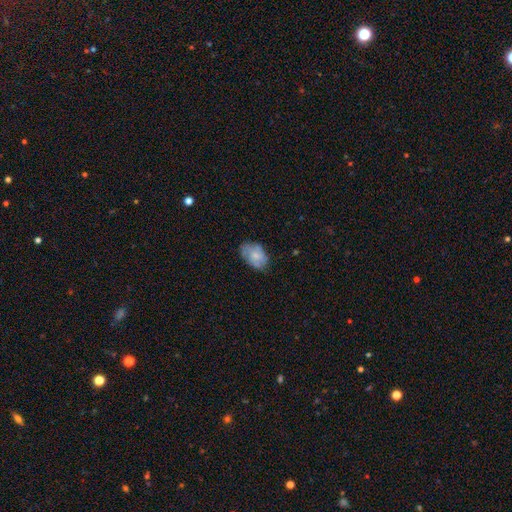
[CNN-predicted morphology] A smooth galaxy with no disk features (62%) that is in between round and cigar-shaped (88%). Merging: none (67%).